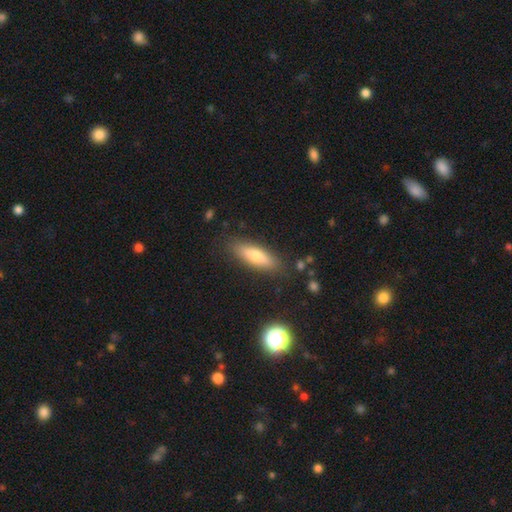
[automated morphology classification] Smooth or featured? smooth (68%)
How rounded? cigar-shaped (56%)
Merging? none (85%)